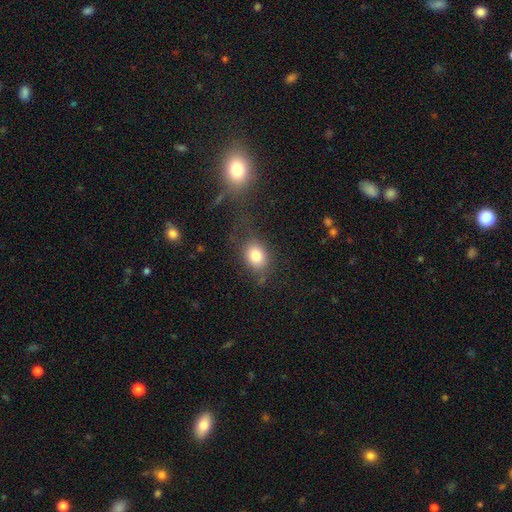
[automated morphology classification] A smooth galaxy with no disk features (81%) that is in between round and cigar-shaped (54%).

Vote fractions:
- Smooth or featured? smooth: 81% / star or artifact: 11% / featured or disk: 9%
- How rounded? in between: 54% / round: 45% / cigar-shaped: 1%
- Merging? none: 66% / minor disturbance: 19% / major disturbance: 10% / merger: 5%